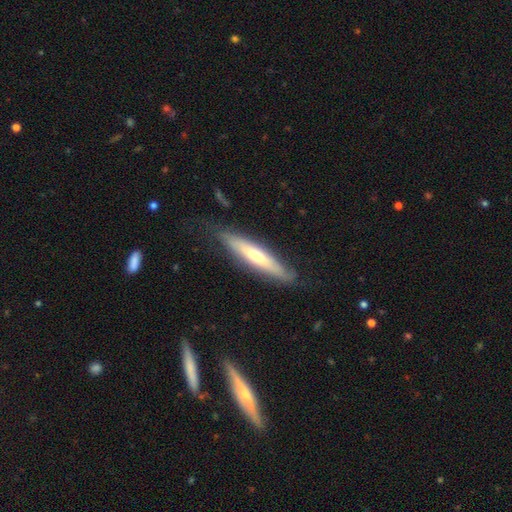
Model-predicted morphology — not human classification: The model was most divided on "smooth or featured": featured or disk: 51%, smooth: 43%, star or artifact: 6%. More confident: merging — none (77%); edge-on disk — yes (76%).